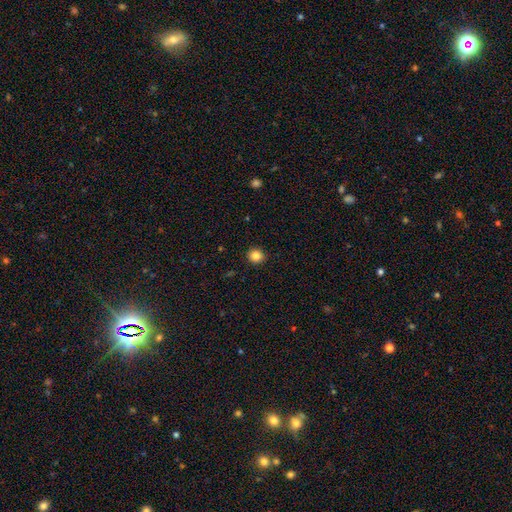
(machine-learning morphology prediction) Q: Smooth or featured?
A: smooth (85%); runner-up: star or artifact (11%)
Q: How rounded?
A: round (88%); runner-up: in between (11%)
Q: Merging?
A: none (92%); runner-up: minor disturbance (5%)